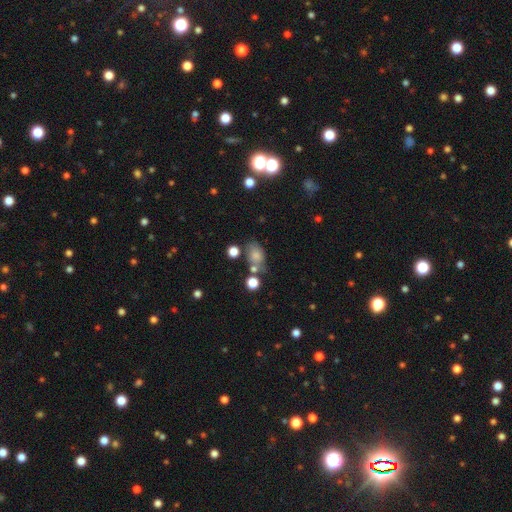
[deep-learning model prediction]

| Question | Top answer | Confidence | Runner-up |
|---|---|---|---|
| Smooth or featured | smooth | 75% | star or artifact (13%) |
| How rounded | in between | 75% | round (23%) |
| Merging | none | 55% | minor disturbance (21%) |